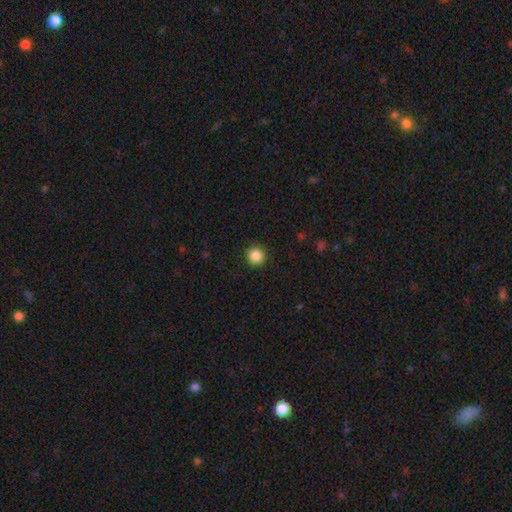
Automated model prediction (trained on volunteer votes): Overall: smooth (87%). How rounded: round (95%). Merging: none (92%).